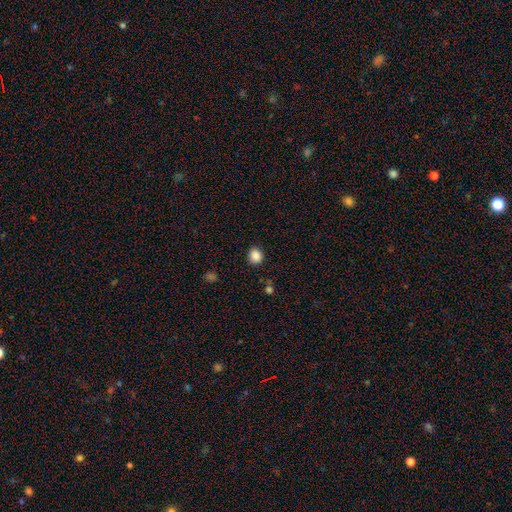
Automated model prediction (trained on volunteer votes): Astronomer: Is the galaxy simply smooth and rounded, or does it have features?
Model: smooth — 86%.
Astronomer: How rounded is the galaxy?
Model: round — 78%.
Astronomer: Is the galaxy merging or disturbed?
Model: none — 88%.